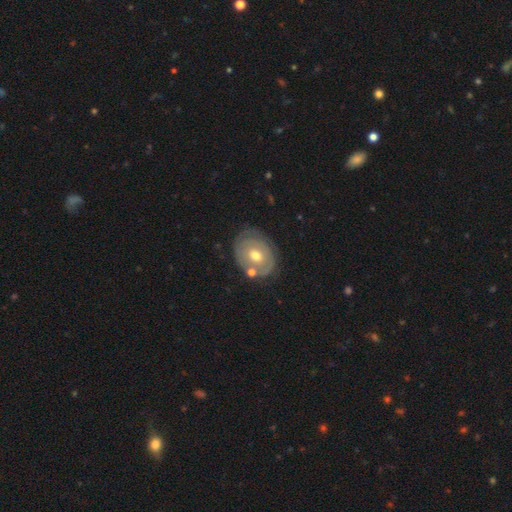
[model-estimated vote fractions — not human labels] smooth-or-featured: featured or disk: 56% | smooth: 37% | star or artifact: 7%
  disk-edge-on: no: 95% | yes: 5%
    bar: no: 79% | weak: 17% | strong: 4%
    has-spiral-arms: no: 54% | yes: 46%
    bulge-size: moderate: 72% | small: 21% | large: 5% | none: 1% | dominant: 1%
  merging: none: 65% | minor disturbance: 20% | merger: 8% | major disturbance: 7%